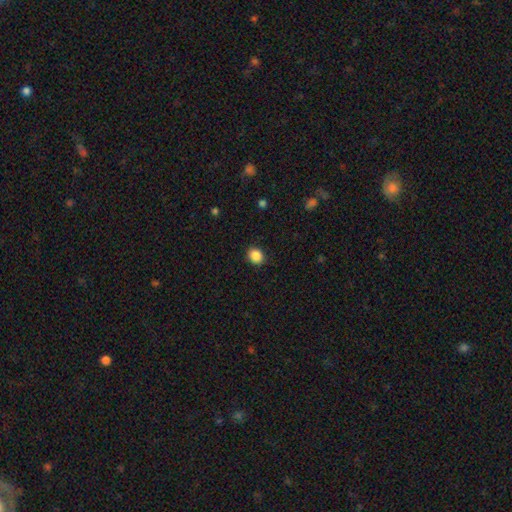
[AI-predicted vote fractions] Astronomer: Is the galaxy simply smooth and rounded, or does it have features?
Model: smooth — 87%.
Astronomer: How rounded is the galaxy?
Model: round — 65%.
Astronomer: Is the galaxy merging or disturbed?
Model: none — 89%.